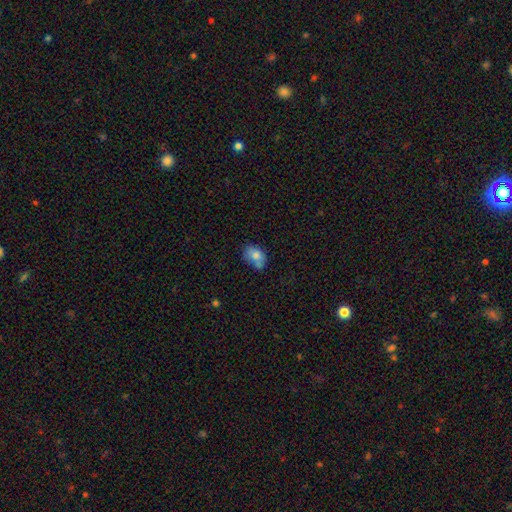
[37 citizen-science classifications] Q: Smooth or featured?
A: smooth (76%); runner-up: featured or disk (22%)
Q: How rounded?
A: in between (89%); runner-up: round (11%)
Q: Merging?
A: none (36%); runner-up: minor disturbance (33%)